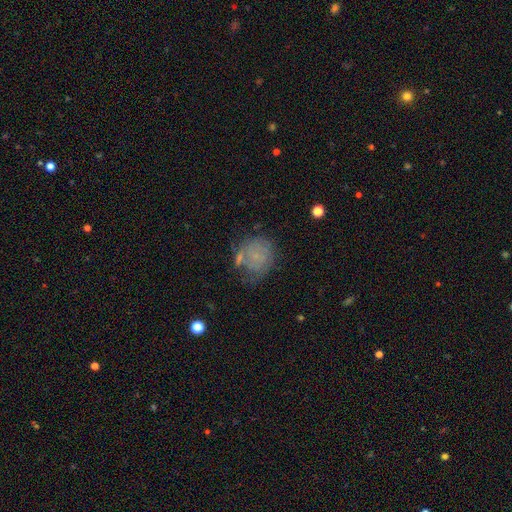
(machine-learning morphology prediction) smooth-or-featured: smooth: 45% | featured or disk: 42% | star or artifact: 13%
  merging: none: 49% | minor disturbance: 24% | major disturbance: 16% | merger: 10%